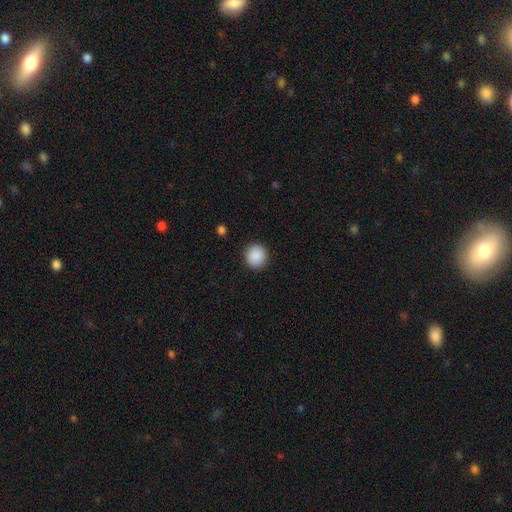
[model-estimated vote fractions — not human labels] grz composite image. It shows a smooth galaxy with no disk features (90%) that is round (92%). Merging: none (92%).